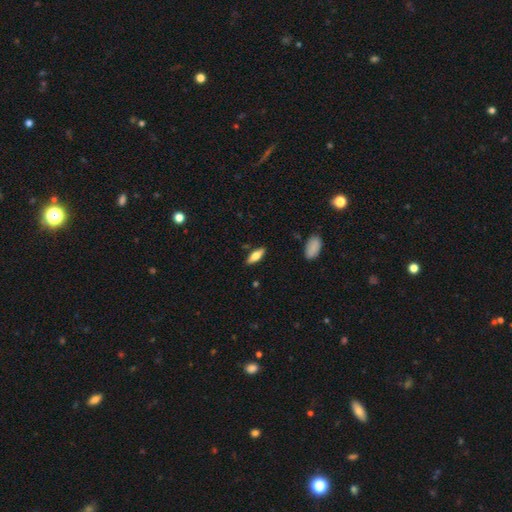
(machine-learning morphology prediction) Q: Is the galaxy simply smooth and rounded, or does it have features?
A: smooth — 61%.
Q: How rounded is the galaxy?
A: in between — 61%.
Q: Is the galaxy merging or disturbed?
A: none — 87%.